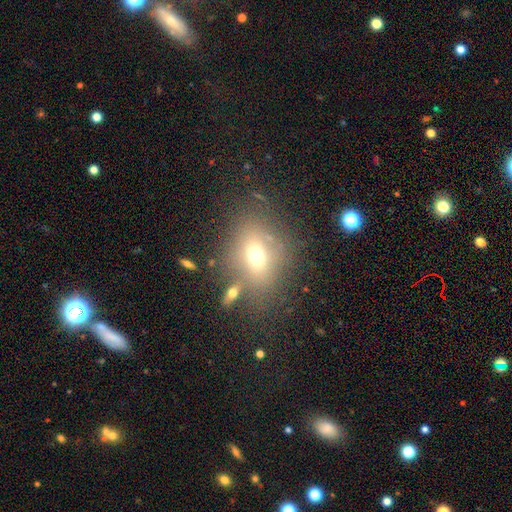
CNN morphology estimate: A smooth galaxy with no disk features (64%) that is in between round and cigar-shaped (61%).

Vote fractions:
- Smooth or featured? smooth: 64% / featured or disk: 19% / star or artifact: 17%
- How rounded? in between: 61% / round: 36% / cigar-shaped: 2%
- Merging? none: 65% / minor disturbance: 15% / merger: 12% / major disturbance: 9%